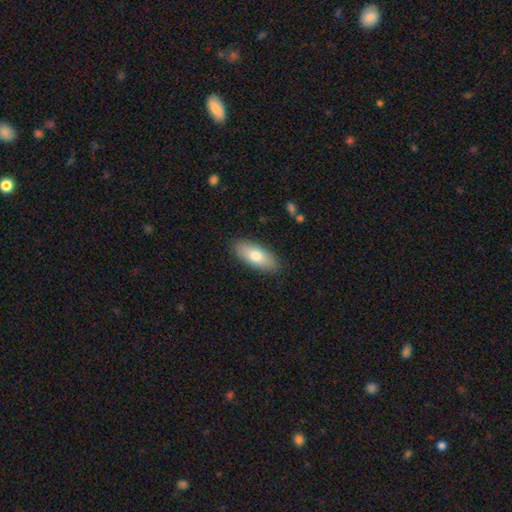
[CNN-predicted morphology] smooth_or_featured: smooth (p=0.76) [alt: featured or disk p=0.18]
how_rounded: in between (p=0.80) [alt: cigar-shaped p=0.17]
merging: none (p=0.88) [alt: minor disturbance p=0.09]